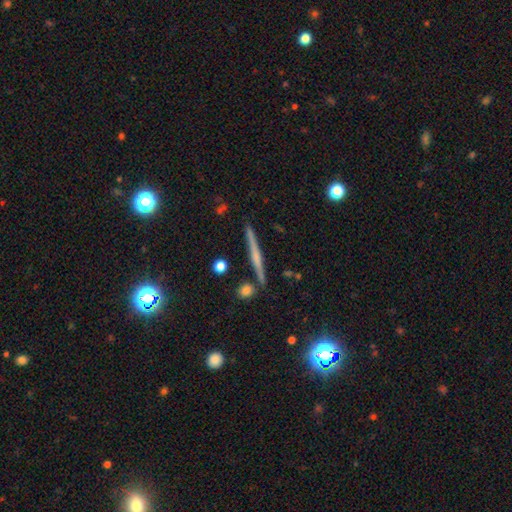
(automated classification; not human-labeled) This is likely a featured or disk galaxy (63%). It is clearly viewed edge-on (98%). Edge-on bulge: possibly none (47%). Merging: clearly none (88%).